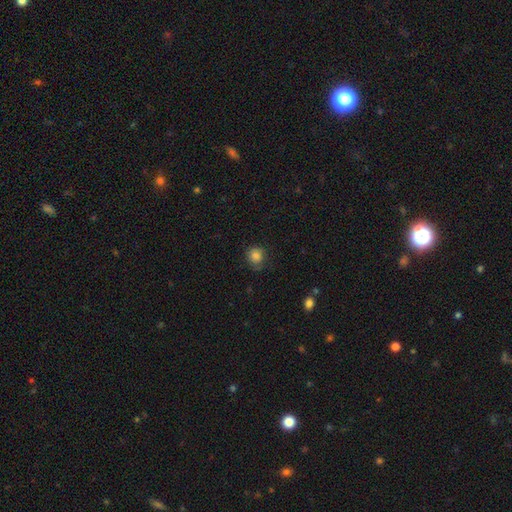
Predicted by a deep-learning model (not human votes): Smooth or featured?
  - smooth: 83% *
  - star or artifact: 10%
  - featured or disk: 7%
How rounded?
  - round: 83% *
  - in between: 16%
  - cigar-shaped: 1%
Merging?
  - none: 71% *
  - minor disturbance: 22%
  - major disturbance: 6%
  - merger: 1%